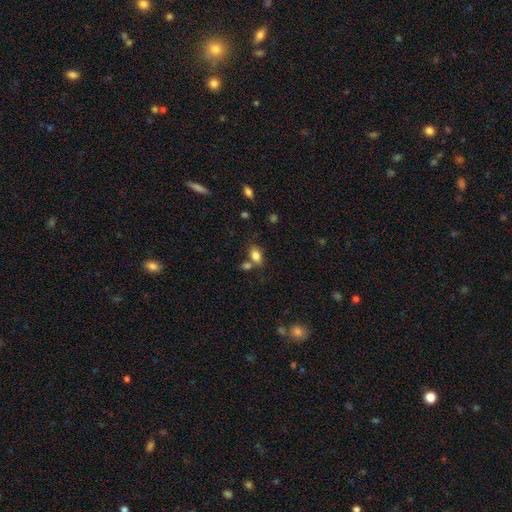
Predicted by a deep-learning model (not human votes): Smooth or featured?
  - smooth: 82% *
  - star or artifact: 10%
  - featured or disk: 8%
How rounded?
  - in between: 81% *
  - round: 17%
  - cigar-shaped: 2%
Merging?
  - none: 57% *
  - merger: 24%
  - minor disturbance: 14%
  - major disturbance: 5%